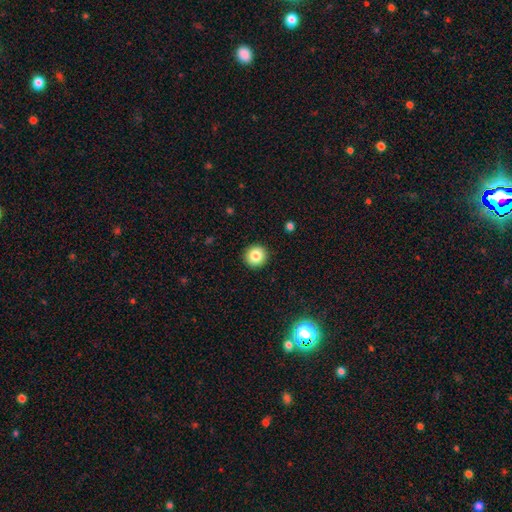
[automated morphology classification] A smooth galaxy with no disk features (84%) that is round (94%). Merging: none (93%).